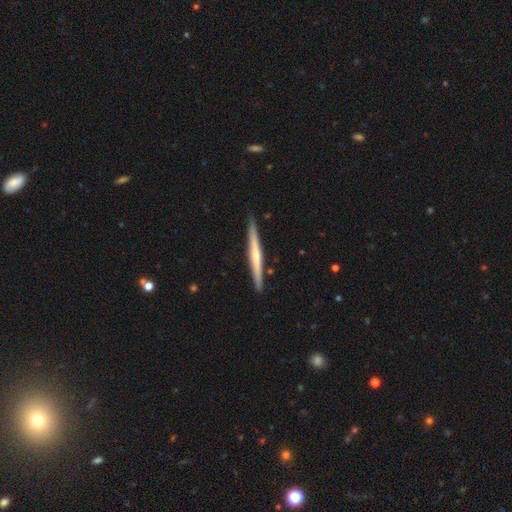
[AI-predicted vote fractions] smooth-or-featured: featured or disk: 58% | smooth: 37% | star or artifact: 5%
  disk-edge-on: yes: 98% | no: 2%
    edge-on-bulge: none: 52% | rounded: 40% | boxy: 8%
  merging: none: 90% | minor disturbance: 7% | merger: 1% | major disturbance: 1%